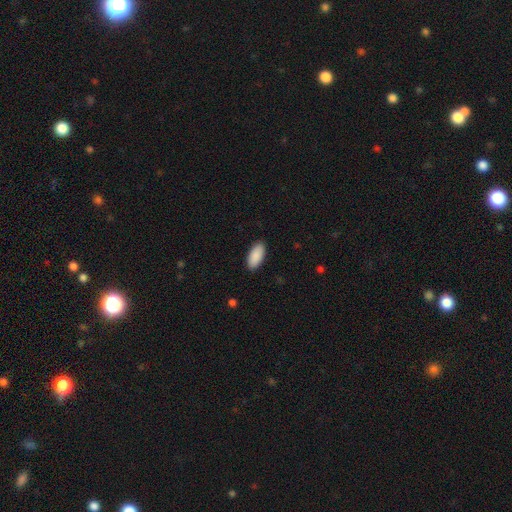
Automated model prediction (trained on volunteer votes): smooth_or_featured: smooth (p=0.91) [alt: star or artifact p=0.06]
how_rounded: in between (p=0.92) [alt: cigar-shaped p=0.06]
merging: none (p=0.90) [alt: minor disturbance p=0.08]